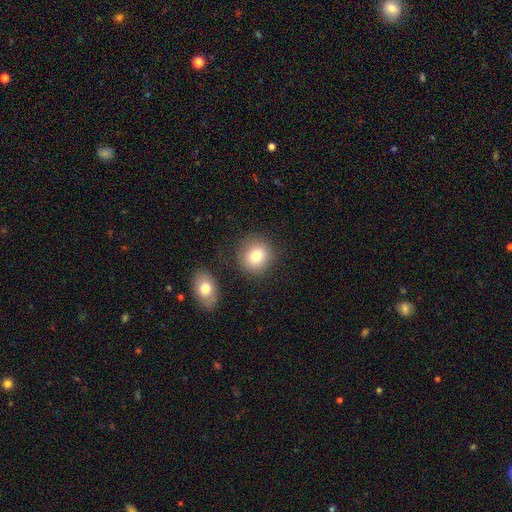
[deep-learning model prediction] A smooth galaxy with no disk features (82%) that is round (82%). Merging: none (78%).